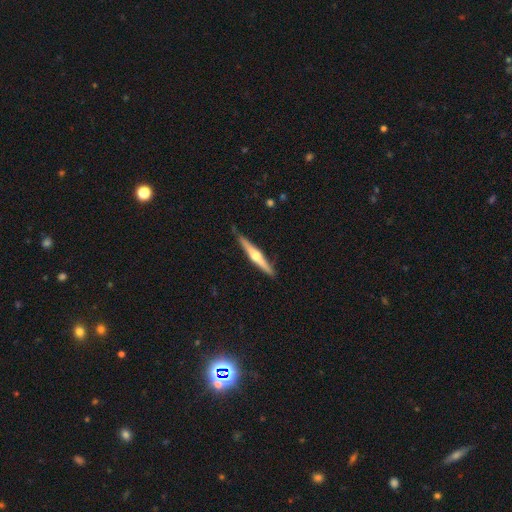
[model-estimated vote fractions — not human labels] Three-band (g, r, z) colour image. It shows a featured or disk galaxy (68%) viewed edge-on (97%) with a rounded central bulge (91%). Merging: none (86%).